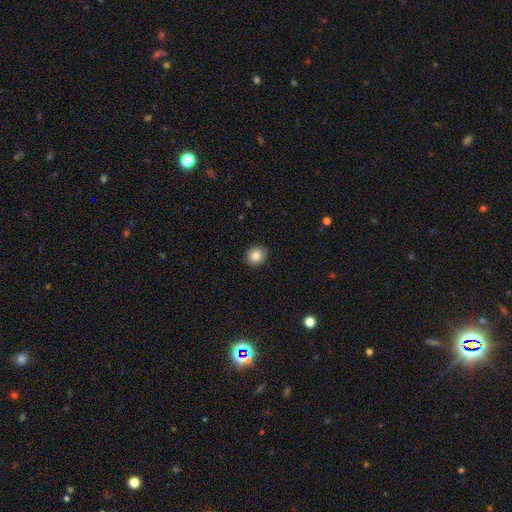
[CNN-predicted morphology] Smooth or featured? smooth (86%)
How rounded? round (80%)
Merging? none (90%)